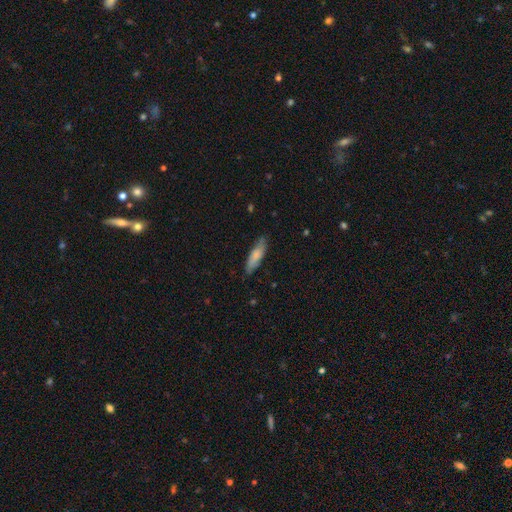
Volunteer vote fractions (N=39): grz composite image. It shows a smooth galaxy with no disk features (72%) that is cigar-shaped (79%). Merging: none (81%).